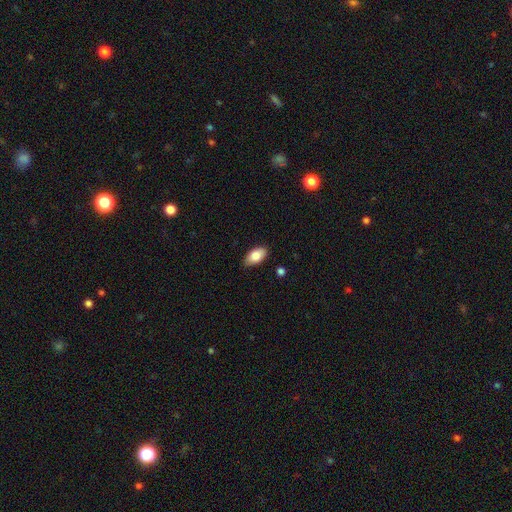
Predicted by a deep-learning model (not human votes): smooth 83%, featured or disk 11%, star or artifact 7%. Down the decision tree: how rounded — in between (93%); merging — none (84%).